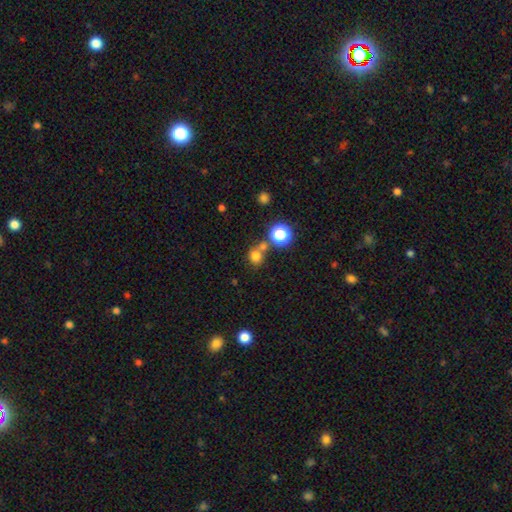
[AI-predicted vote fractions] Smooth or featured? smooth (74%)
How rounded? round (78%)
Merging? none (59%)